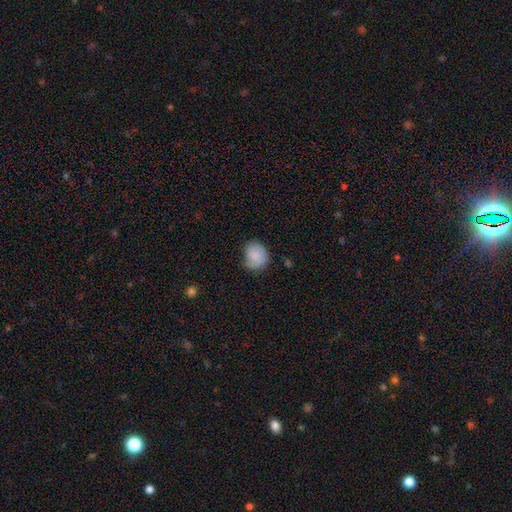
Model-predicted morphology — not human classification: type=smooth (80%); roundness=round (65%); merging=none (55%).